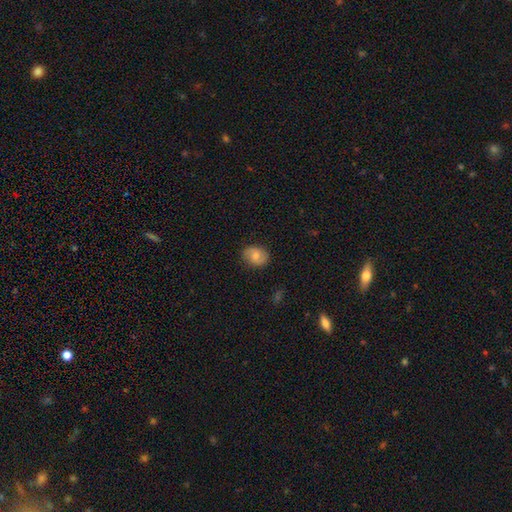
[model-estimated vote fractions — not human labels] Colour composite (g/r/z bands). It shows a smooth galaxy with no disk features (66%) that is in between round and cigar-shaped (56%). Merging: none (82%).